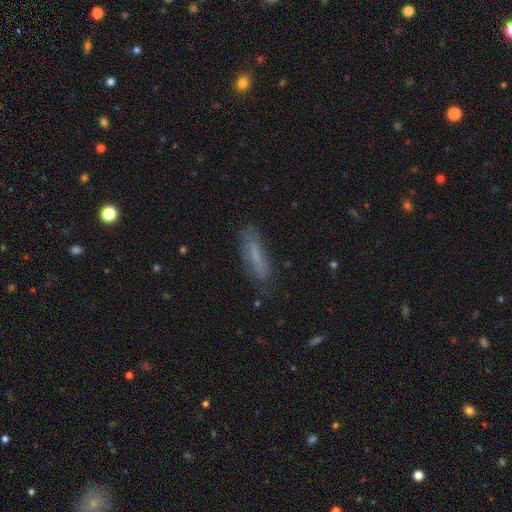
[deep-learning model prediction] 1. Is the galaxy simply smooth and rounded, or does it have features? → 63% smooth, 27% featured or disk, 9% star or artifact.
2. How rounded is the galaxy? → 75% cigar-shaped, 23% in between, 2% round.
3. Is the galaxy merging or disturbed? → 77% none, 17% minor disturbance, 5% major disturbance, 2% merger.